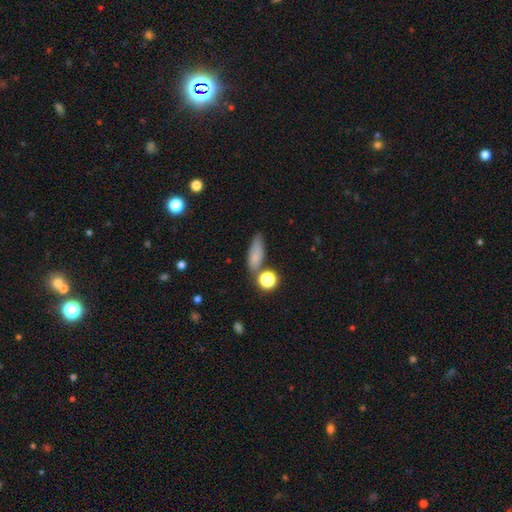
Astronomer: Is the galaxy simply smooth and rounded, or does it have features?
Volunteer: smooth — 79%.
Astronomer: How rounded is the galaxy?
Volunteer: in between — 47% (runner-up: cigar-shaped, 33%).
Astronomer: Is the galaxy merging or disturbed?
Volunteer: none — 65%.